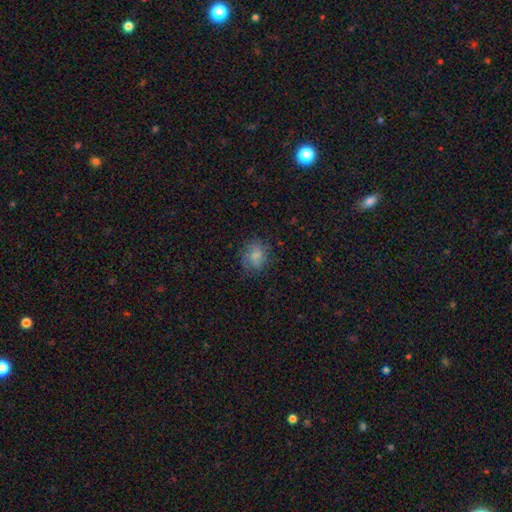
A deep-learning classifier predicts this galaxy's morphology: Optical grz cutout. It shows a smooth galaxy with no disk features (65%) that is round (57%). Merging: none (69%).